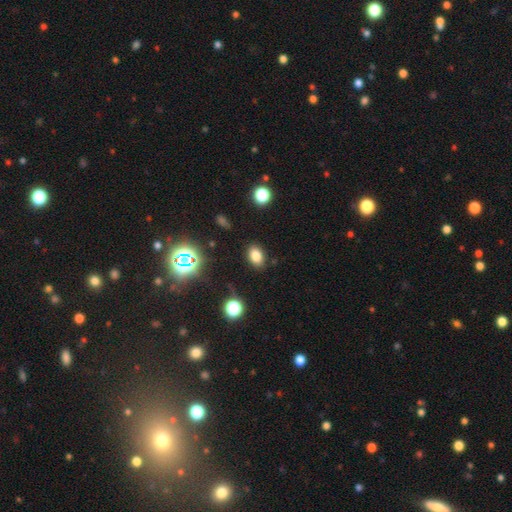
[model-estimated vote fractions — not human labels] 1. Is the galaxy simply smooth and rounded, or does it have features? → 79% smooth, 14% star or artifact, 7% featured or disk.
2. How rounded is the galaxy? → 81% in between, 17% round, 1% cigar-shaped.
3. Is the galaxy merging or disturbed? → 86% none, 9% minor disturbance, 3% major disturbance, 2% merger.